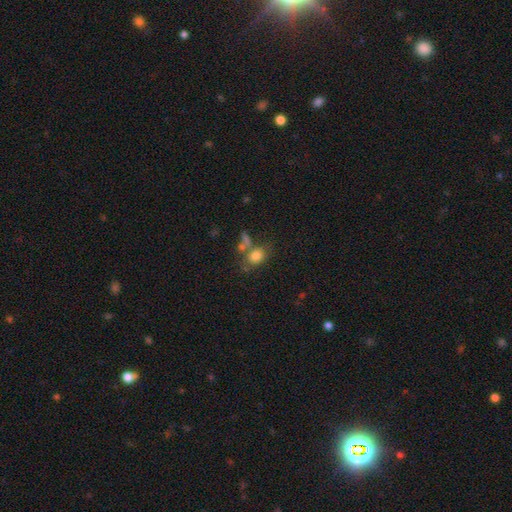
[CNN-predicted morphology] Smooth or featured? smooth (78%)
How rounded? in between (57%)
Merging? none (53%)